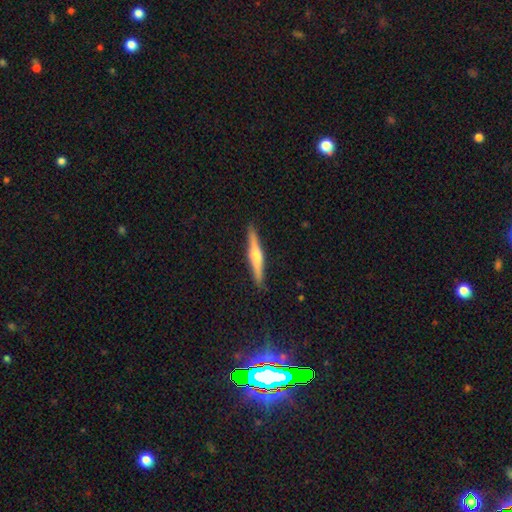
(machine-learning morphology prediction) Overall: featured or disk (67%; smooth 27%). Edge-on disk: yes (98%). Edge-on bulge: rounded (90%). Merging: none (91%).